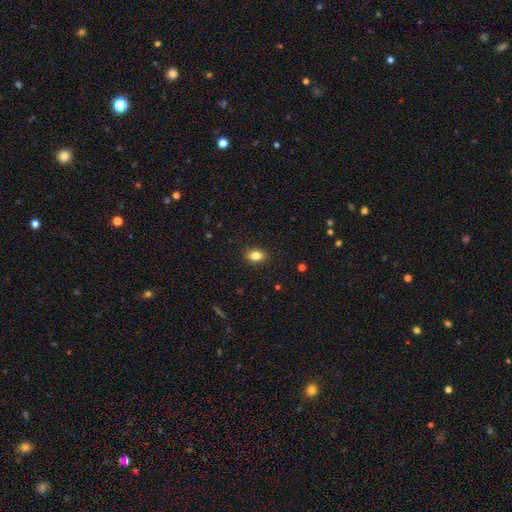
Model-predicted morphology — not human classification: A smooth galaxy with no disk features (84%) that is in between round and cigar-shaped (74%).

Vote fractions:
- Smooth or featured? smooth: 84% / star or artifact: 10% / featured or disk: 7%
- How rounded? in between: 74% / round: 25% / cigar-shaped: 1%
- Merging? none: 89% / minor disturbance: 8% / major disturbance: 2% / merger: 1%